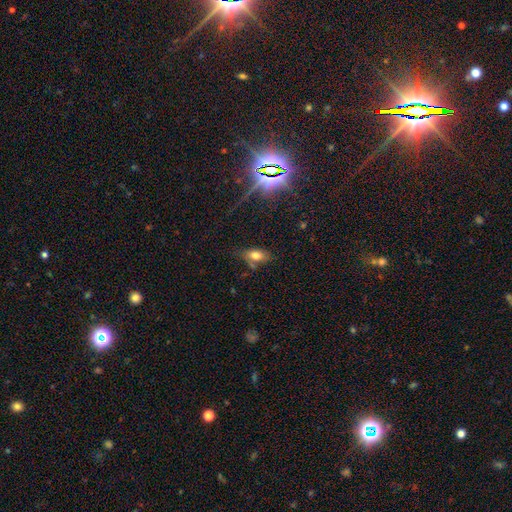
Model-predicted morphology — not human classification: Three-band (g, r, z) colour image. It shows a smooth galaxy with no disk features (72%) that is in between round and cigar-shaped (87%). Merging: none (66%).